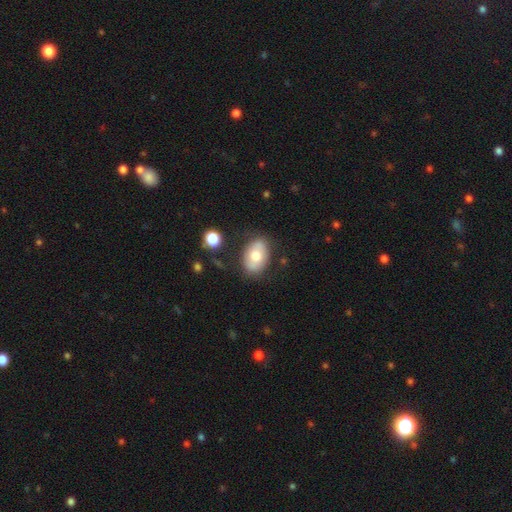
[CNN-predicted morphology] type=smooth (68%); roundness=in between (81%); merging=none (77%).